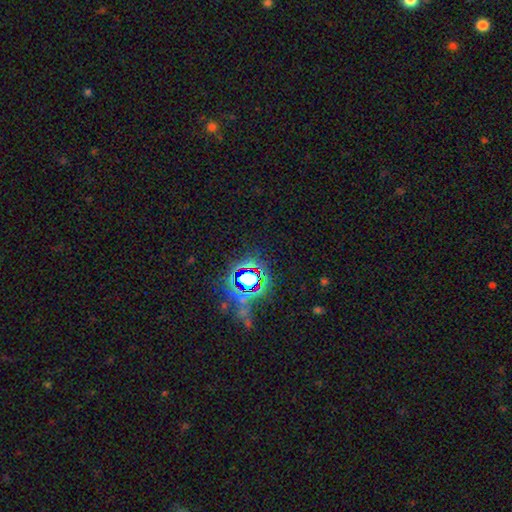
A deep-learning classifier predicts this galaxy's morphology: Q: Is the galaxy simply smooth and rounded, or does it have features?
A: star or artifact — 82%.